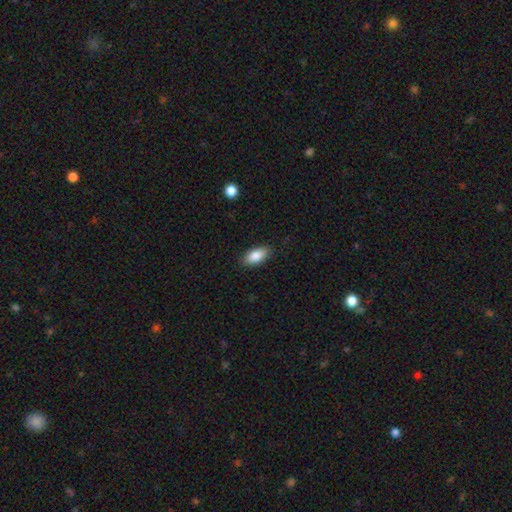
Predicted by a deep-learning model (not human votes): The model was most divided on "merging": none: 86%, minor disturbance: 10%, major disturbance: 2%, merger: 1%. More confident: how rounded — in between (90%); smooth or featured — smooth (86%).